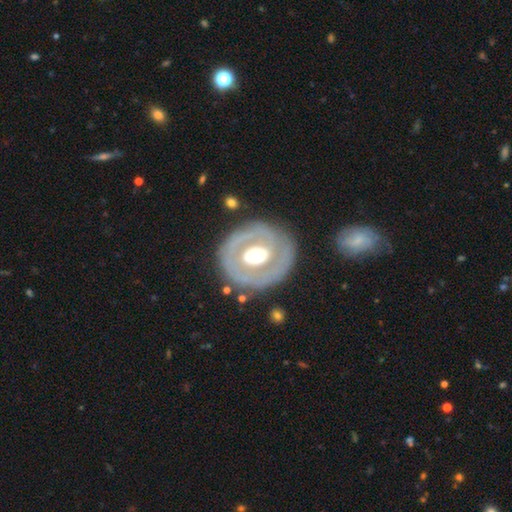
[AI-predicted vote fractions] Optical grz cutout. It shows a featured or disk galaxy (68%) with no bar (55%), no spiral arms (70%) and a moderate central bulge (59%). Merging: none (77%).